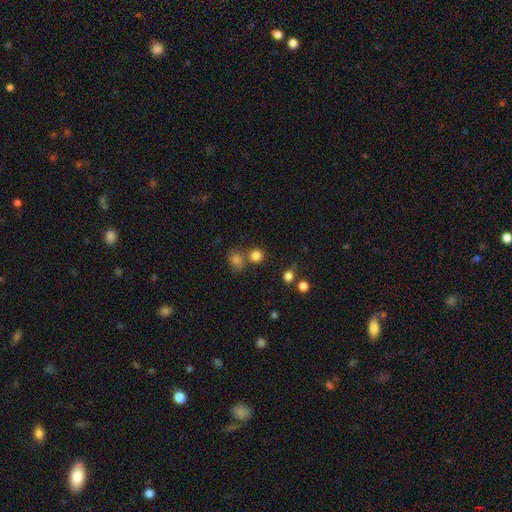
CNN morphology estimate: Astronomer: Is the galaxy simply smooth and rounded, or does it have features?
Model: smooth — 80%.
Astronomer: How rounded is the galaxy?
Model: round — 88%.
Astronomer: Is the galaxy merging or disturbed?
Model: none — 66%.